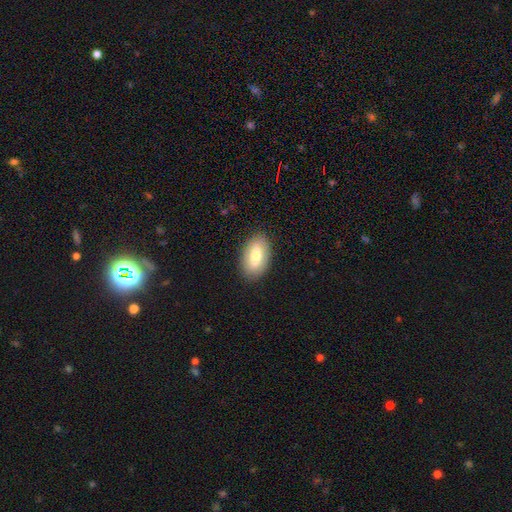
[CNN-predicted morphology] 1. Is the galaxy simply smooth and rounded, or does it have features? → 68% smooth, 25% featured or disk, 7% star or artifact.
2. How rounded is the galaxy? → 92% in between, 5% round, 3% cigar-shaped.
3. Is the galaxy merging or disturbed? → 87% none, 9% minor disturbance, 3% major disturbance, 1% merger.